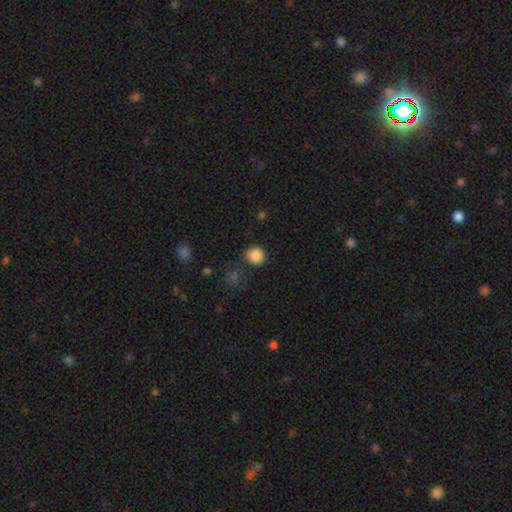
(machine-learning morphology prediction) A smooth galaxy with no disk features (86%) that is round (88%). Merging: none (76%).